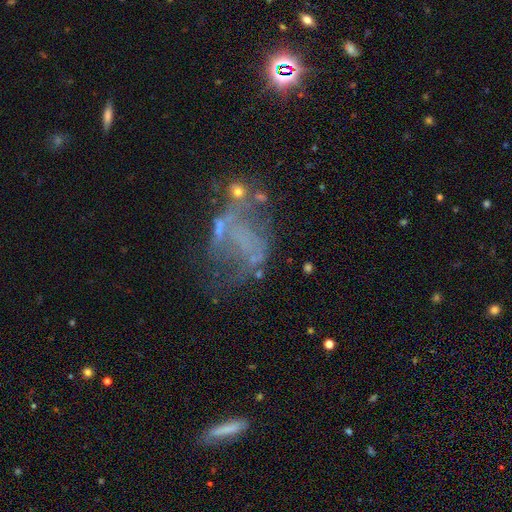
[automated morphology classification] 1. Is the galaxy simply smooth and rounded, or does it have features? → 62% featured or disk, 19% smooth, 19% star or artifact.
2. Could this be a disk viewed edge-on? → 97% no, 3% yes.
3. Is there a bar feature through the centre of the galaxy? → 73% no, 19% weak, 8% strong.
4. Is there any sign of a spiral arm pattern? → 64% no, 36% yes.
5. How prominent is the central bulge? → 78% none, 13% small, 6% moderate, 2% large, 1% dominant.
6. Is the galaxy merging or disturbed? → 37% major disturbance, 33% none, 17% minor disturbance, 12% merger.